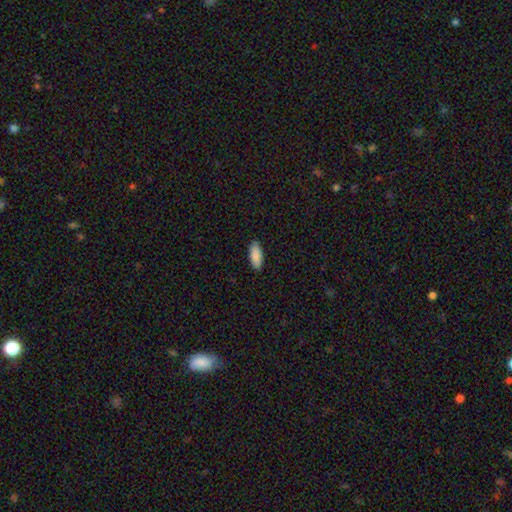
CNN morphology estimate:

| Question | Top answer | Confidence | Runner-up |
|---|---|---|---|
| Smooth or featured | smooth | 90% | star or artifact (6%) |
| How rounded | in between | 84% | cigar-shaped (15%) |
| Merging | none | 89% | minor disturbance (8%) |